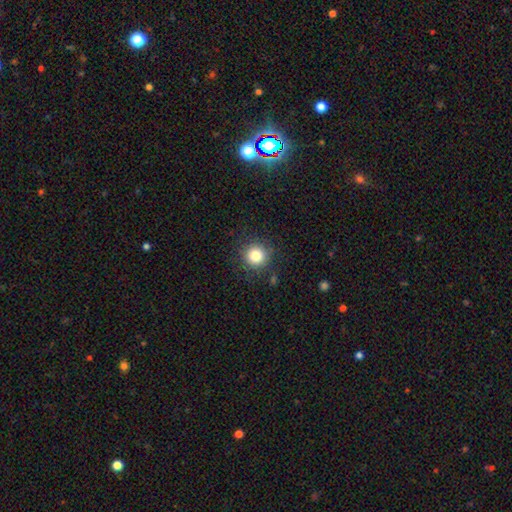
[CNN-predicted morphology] smooth-or-featured: smooth: 82% | star or artifact: 12% | featured or disk: 6%
  how-rounded: round: 95% | in between: 5% | cigar-shaped: 1%
  merging: none: 88% | minor disturbance: 8% | major disturbance: 3% | merger: 2%